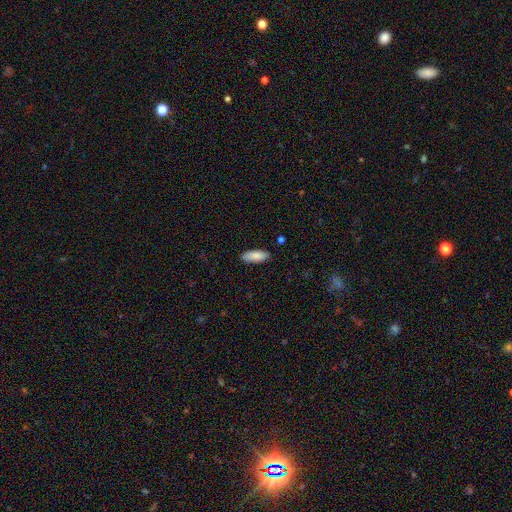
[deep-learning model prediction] A smooth galaxy with no disk features (85%) that is in between round and cigar-shaped (78%).

Vote fractions:
- Smooth or featured? smooth: 85% / featured or disk: 9% / star or artifact: 6%
- How rounded? in between: 78% / cigar-shaped: 20% / round: 2%
- Merging? none: 86% / minor disturbance: 11% / major disturbance: 2% / merger: 1%